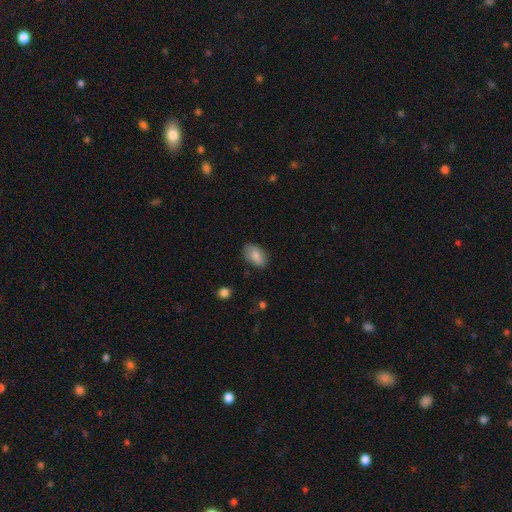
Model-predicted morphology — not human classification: Smooth or featured?
  - smooth: 79% *
  - featured or disk: 14%
  - star or artifact: 7%
How rounded?
  - in between: 90% *
  - round: 8%
  - cigar-shaped: 2%
Merging?
  - none: 82% *
  - minor disturbance: 14%
  - major disturbance: 3%
  - merger: 1%